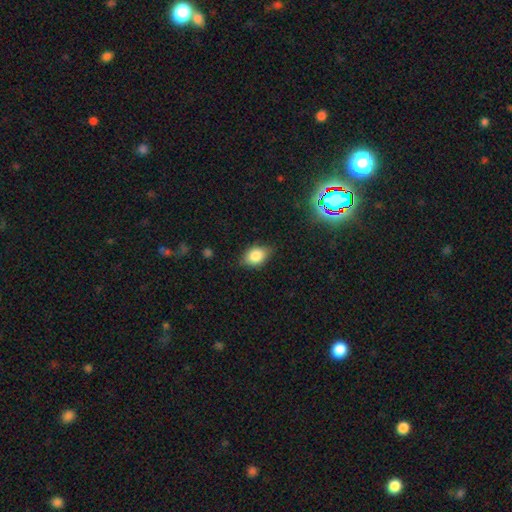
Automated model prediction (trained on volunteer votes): smooth_or_featured: smooth (p=0.82) [alt: featured or disk p=0.09]
how_rounded: in between (p=0.77) [alt: round p=0.21]
merging: none (p=0.74) [alt: minor disturbance p=0.21]